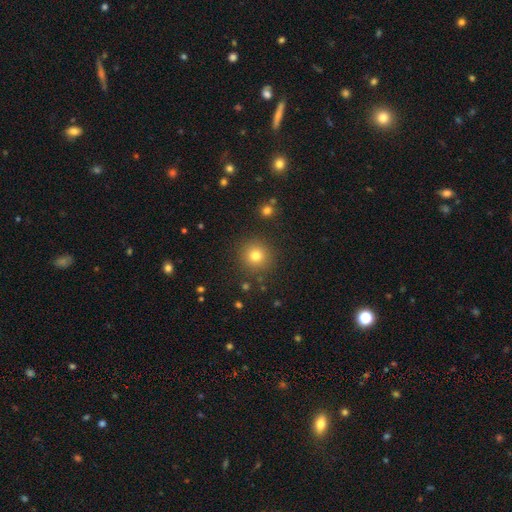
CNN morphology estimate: Smooth or featured? Predicted: smooth (p=0.77). How rounded? Predicted: round (p=0.95). Merging? Predicted: none (p=0.89).